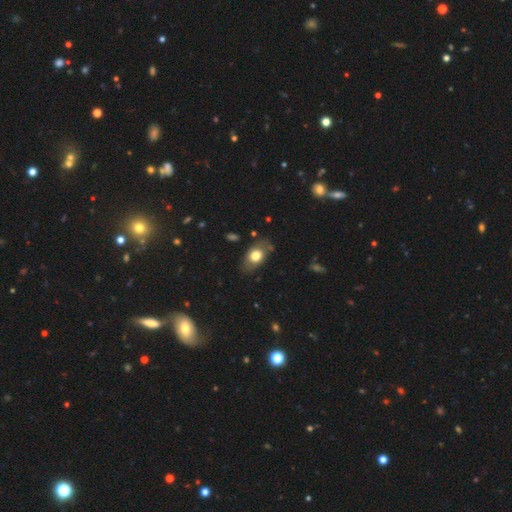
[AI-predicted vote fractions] A smooth galaxy with no disk features (71%) that is in between round and cigar-shaped (83%).

Vote fractions:
- Smooth or featured? smooth: 71% / featured or disk: 21% / star or artifact: 8%
- How rounded? in between: 83% / round: 15% / cigar-shaped: 2%
- Merging? none: 72% / minor disturbance: 20% / major disturbance: 5% / merger: 2%